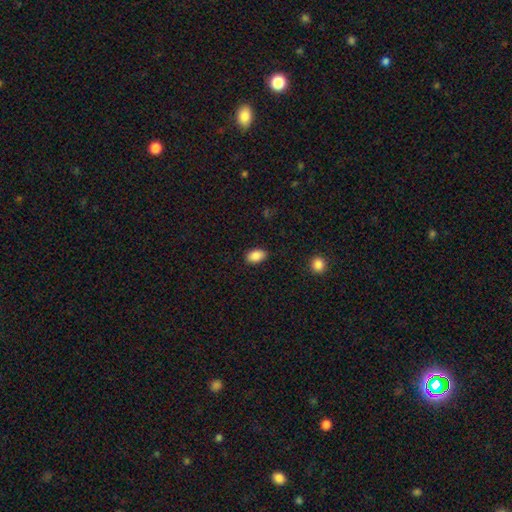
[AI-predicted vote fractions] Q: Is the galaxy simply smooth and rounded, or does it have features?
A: smooth — 88%.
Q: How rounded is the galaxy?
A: in between — 90%.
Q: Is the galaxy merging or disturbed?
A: none — 86%.